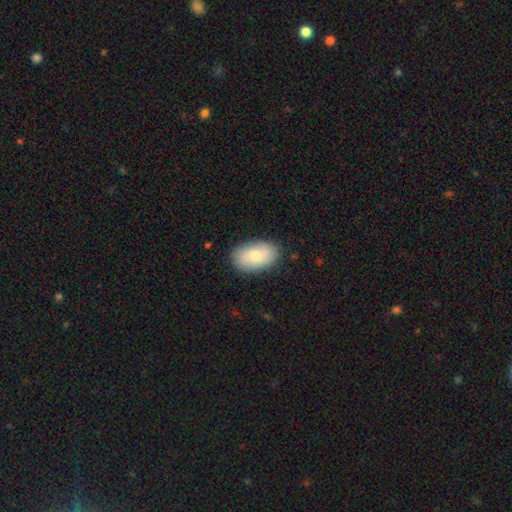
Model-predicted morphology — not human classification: The model was most divided on "smooth or featured": smooth: 73%, featured or disk: 20%, star or artifact: 6%. More confident: how rounded — in between (92%); merging — none (85%).